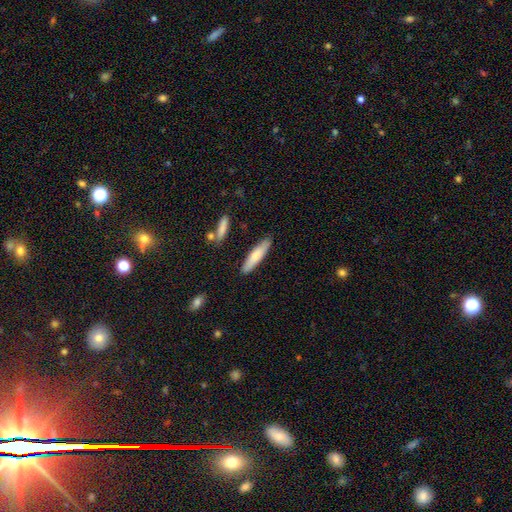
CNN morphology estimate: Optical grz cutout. It shows a smooth galaxy with no disk features (75%) that is cigar-shaped (79%). Merging: none (85%).